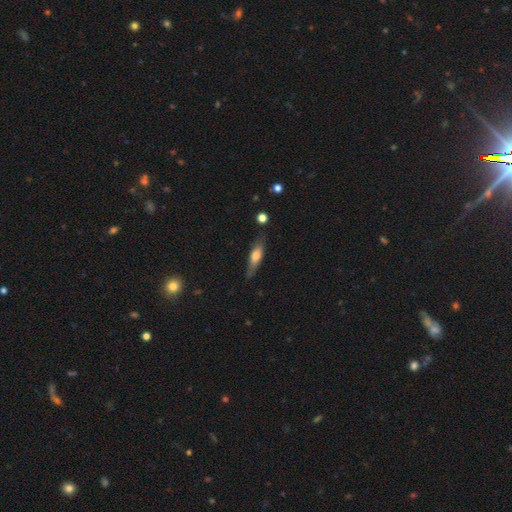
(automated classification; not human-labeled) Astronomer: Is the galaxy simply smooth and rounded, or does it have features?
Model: smooth — 54% (runner-up: featured or disk, 39%).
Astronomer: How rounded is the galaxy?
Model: cigar-shaped — 64%.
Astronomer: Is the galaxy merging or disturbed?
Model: none — 77%.